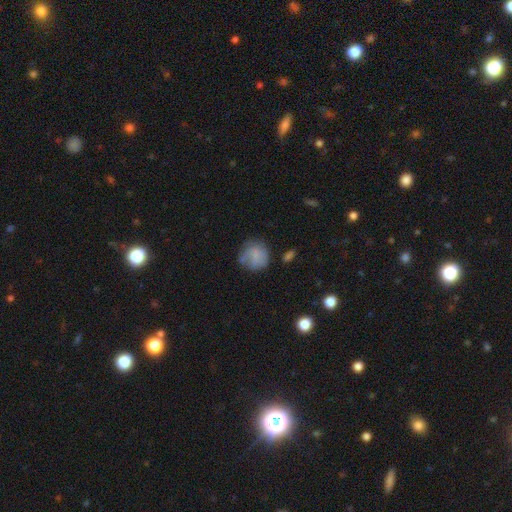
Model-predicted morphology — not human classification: Smooth or featured?
  - smooth: 68% *
  - featured or disk: 23%
  - star or artifact: 9%
How rounded?
  - round: 83% *
  - in between: 16%
  - cigar-shaped: 1%
Merging?
  - none: 53% *
  - minor disturbance: 26%
  - major disturbance: 16%
  - merger: 5%